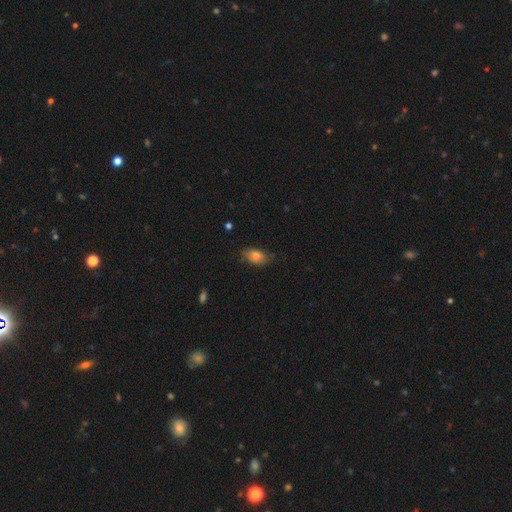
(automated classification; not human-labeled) This appears to be a smooth galaxy with no disk features (77%) that is in between round and cigar-shaped (88%). Merging: none (70%).